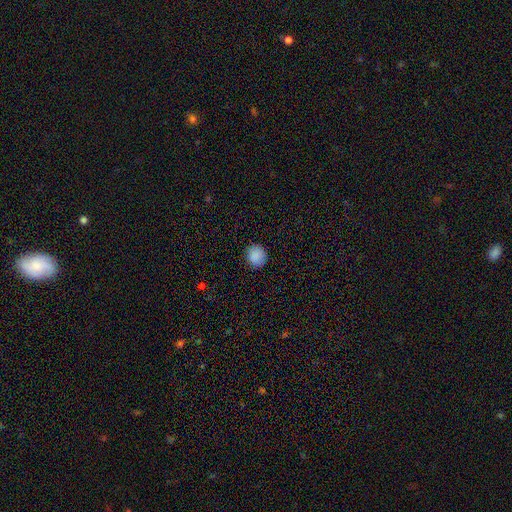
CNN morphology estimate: smooth_or_featured: smooth (p=0.88) [alt: star or artifact p=0.09]
how_rounded: round (p=0.89) [alt: in between p=0.10]
merging: none (p=0.88) [alt: minor disturbance p=0.08]